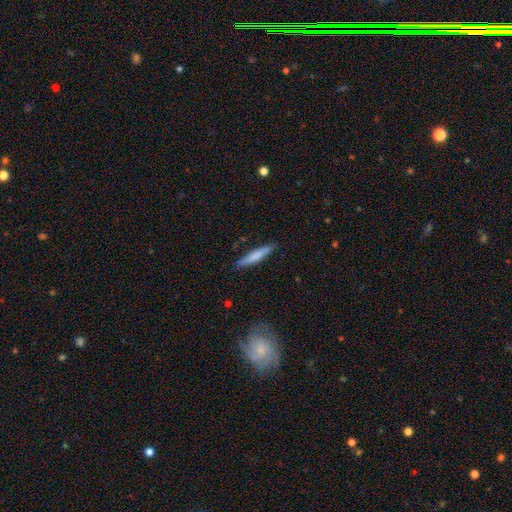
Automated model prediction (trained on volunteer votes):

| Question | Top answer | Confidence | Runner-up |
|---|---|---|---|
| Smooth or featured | smooth | 70% | featured or disk (24%) |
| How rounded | cigar-shaped | 91% | in between (8%) |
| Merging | none | 87% | minor disturbance (10%) |